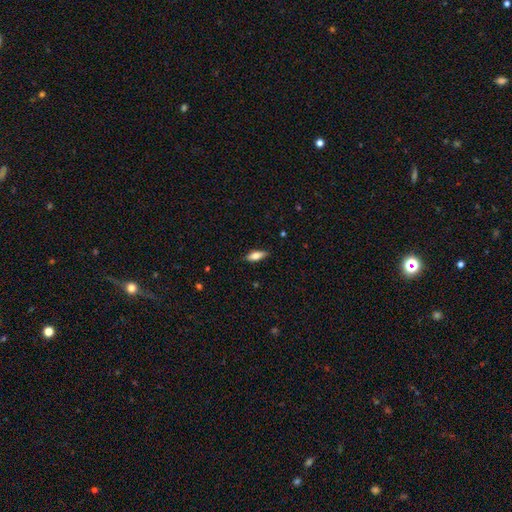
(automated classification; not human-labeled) The model was most divided on "how rounded": in between: 72%, cigar-shaped: 25%, round: 2%. More confident: merging — none (85%); smooth or featured — smooth (74%).